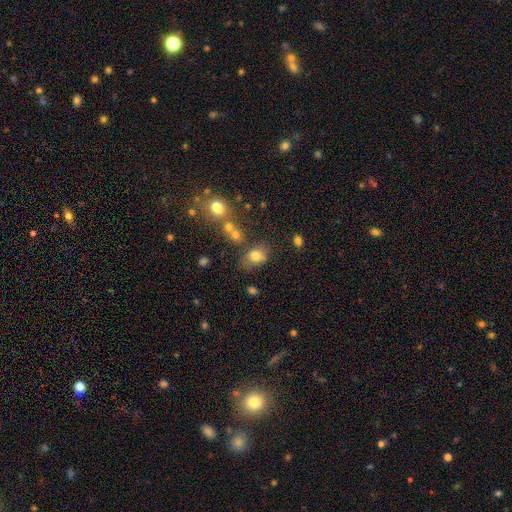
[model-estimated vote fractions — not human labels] Smooth or featured? Predicted: smooth (p=0.76). How rounded? Predicted: in between (p=0.64). Merging? Predicted: none (p=0.58).